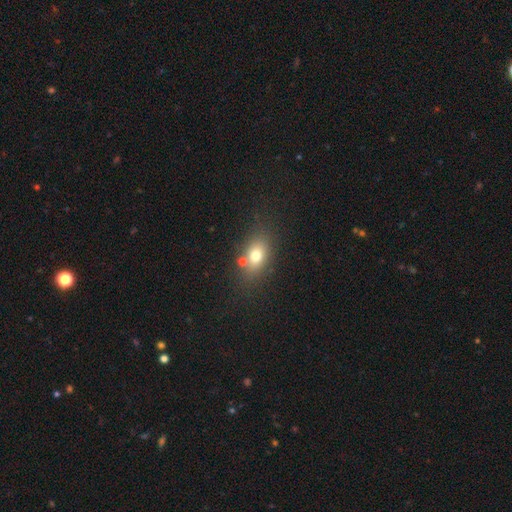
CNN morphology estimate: smooth_or_featured: smooth (p=0.73) [alt: featured or disk p=0.15]
how_rounded: in between (p=0.74) [alt: round p=0.23]
merging: none (p=0.70) [alt: minor disturbance p=0.13]